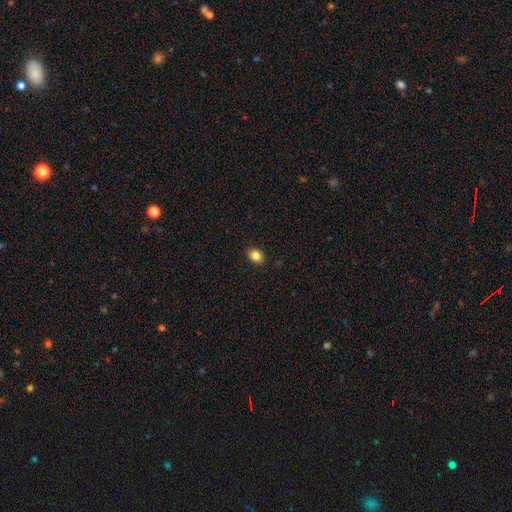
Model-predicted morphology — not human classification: smooth_or_featured: smooth (p=0.85) [alt: star or artifact p=0.11]
how_rounded: in between (p=0.55) [alt: round p=0.44]
merging: none (p=0.90) [alt: minor disturbance p=0.07]